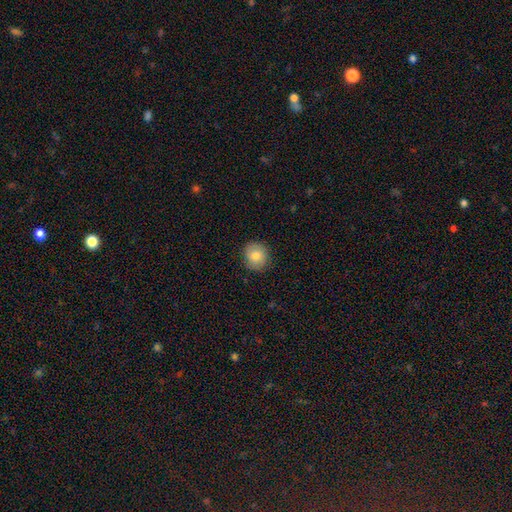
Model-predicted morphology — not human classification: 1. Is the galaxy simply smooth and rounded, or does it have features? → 80% smooth, 12% featured or disk, 8% star or artifact.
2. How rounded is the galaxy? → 85% round, 14% in between, 1% cigar-shaped.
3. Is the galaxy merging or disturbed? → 88% none, 9% minor disturbance, 2% major disturbance, 1% merger.